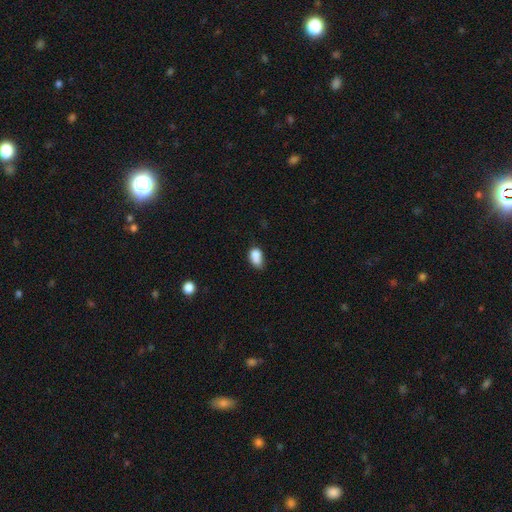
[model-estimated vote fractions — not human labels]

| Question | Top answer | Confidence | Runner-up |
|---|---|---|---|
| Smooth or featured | smooth | 82% | star or artifact (9%) |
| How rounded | in between | 83% | round (15%) |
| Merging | none | 41% | minor disturbance (39%) |